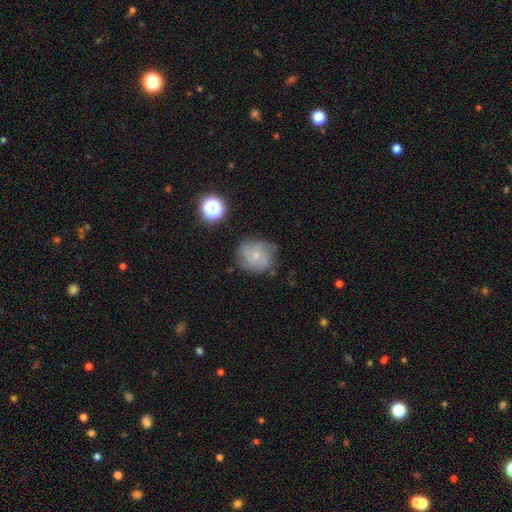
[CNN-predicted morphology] Q: Smooth or featured?
A: featured or disk (55%); runner-up: smooth (33%)
Q: Edge-on disk?
A: no (97%); runner-up: yes (3%)
Q: Bar?
A: no (79%); runner-up: weak (18%)
Q: Spiral arms?
A: yes (82%); runner-up: no (18%)
Q: Bulge size?
A: small (73%); runner-up: moderate (22%)
Q: Merging?
A: none (67%); runner-up: minor disturbance (22%)